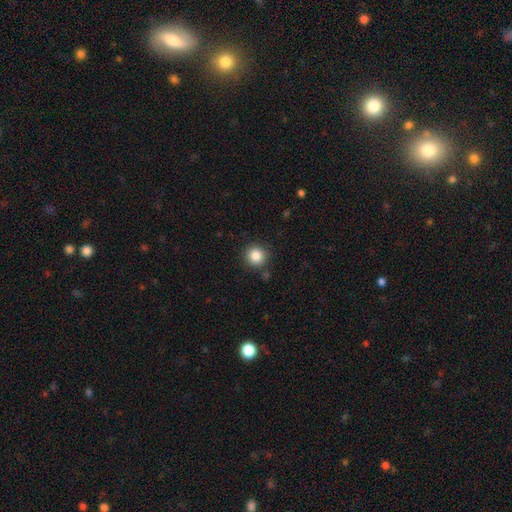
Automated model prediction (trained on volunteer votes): Overall: smooth (85%). How rounded: round (93%). Merging: none (88%).